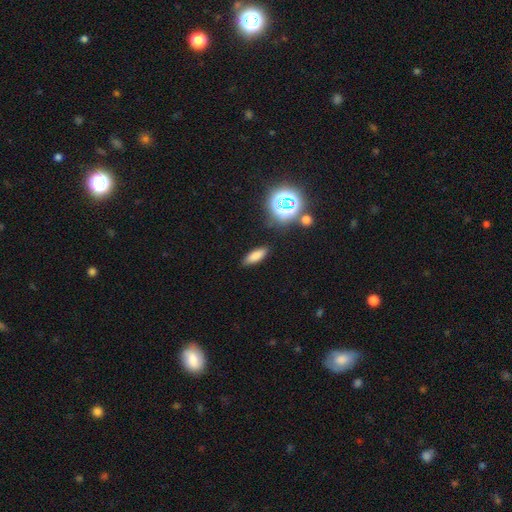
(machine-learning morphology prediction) Smooth or featured: smooth — 77% (star or artifact — 15%)
How rounded: in between — 66% (cigar-shaped — 30%)
Merging: none — 85% (minor disturbance — 10%)